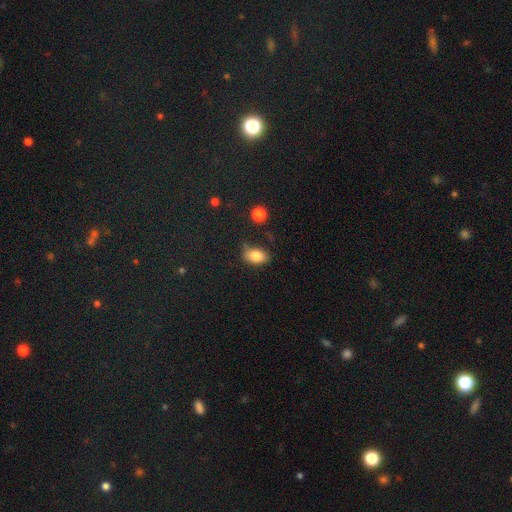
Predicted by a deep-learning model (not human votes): smooth-or-featured: smooth: 83% | star or artifact: 9% | featured or disk: 8%
  how-rounded: in between: 86% | round: 12% | cigar-shaped: 2%
  merging: none: 65% | minor disturbance: 25% | major disturbance: 6% | merger: 4%